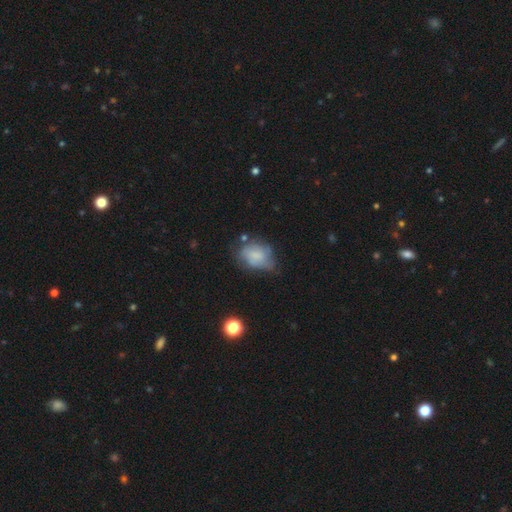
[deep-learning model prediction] smooth 60%, featured or disk 30%, star or artifact 9%. Down the decision tree: how rounded — in between (70%); merging — none (44%).